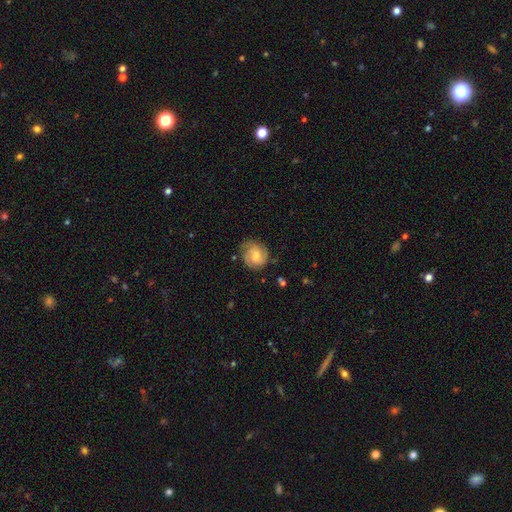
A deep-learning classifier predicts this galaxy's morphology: type=featured or disk (71%); edge-on=no (98%); bar=no (65%); spiral arms=yes (95%); winding=tight (56%); arm count=3 (39%); bulge=moderate (44%); merging=none (74%).